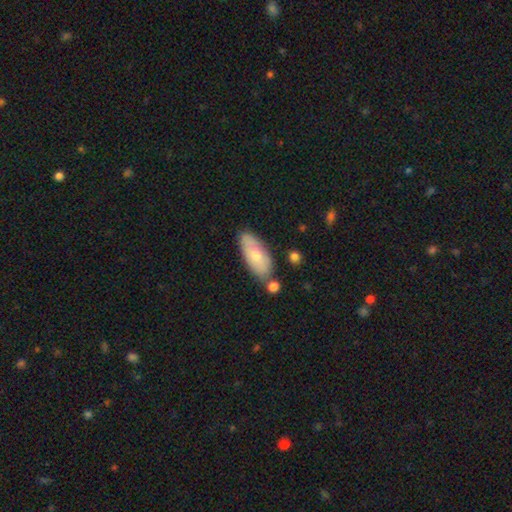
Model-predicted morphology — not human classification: Smooth or featured?
  - smooth: 70% *
  - featured or disk: 24%
  - star or artifact: 6%
How rounded?
  - in between: 81% *
  - cigar-shaped: 17%
  - round: 3%
Merging?
  - none: 72% *
  - minor disturbance: 17%
  - merger: 8%
  - major disturbance: 3%